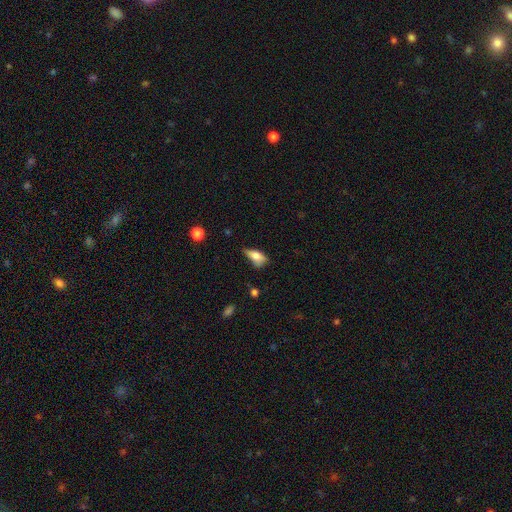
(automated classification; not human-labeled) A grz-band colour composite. It shows a smooth galaxy with no disk features (71%) that is in between round and cigar-shaped (82%). Merging: minor disturbance (42%).